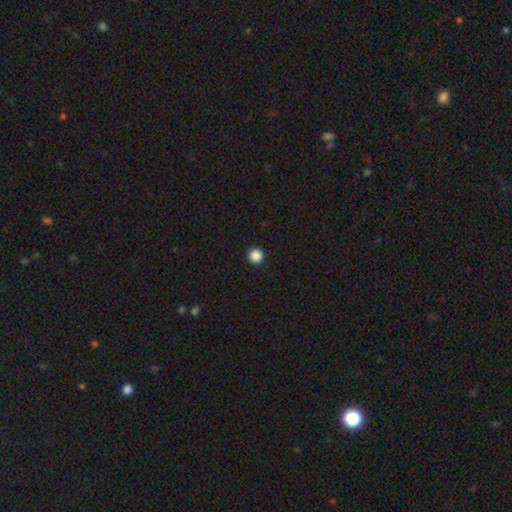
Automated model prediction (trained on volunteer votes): A smooth galaxy with no disk features (87%) that is round (96%). Merging: none (94%).